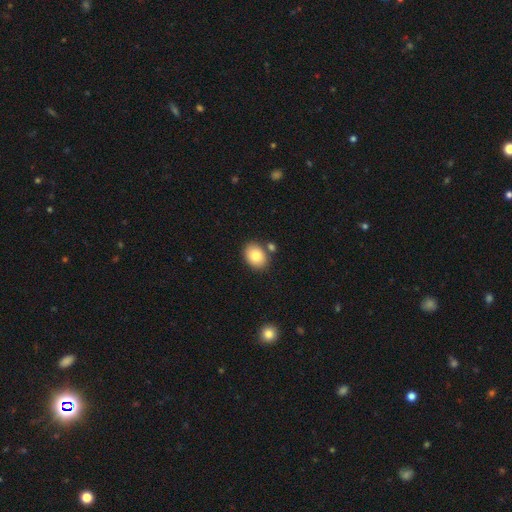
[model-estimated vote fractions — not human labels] Morphology: type=smooth (83%); roundness=in between (67%); merging=none (77%).